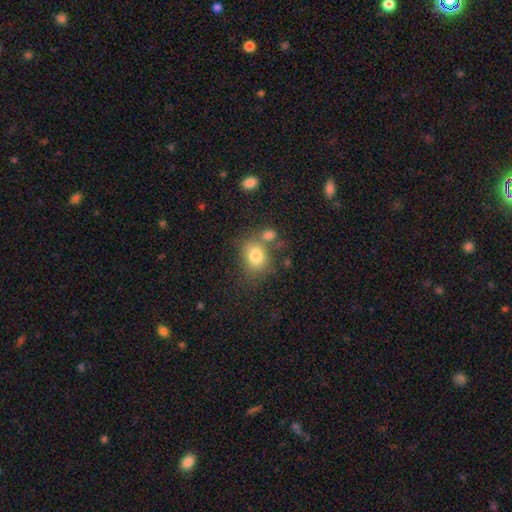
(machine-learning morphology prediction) A smooth galaxy with no disk features (79%) that is round (53%). Merging: none (54%).